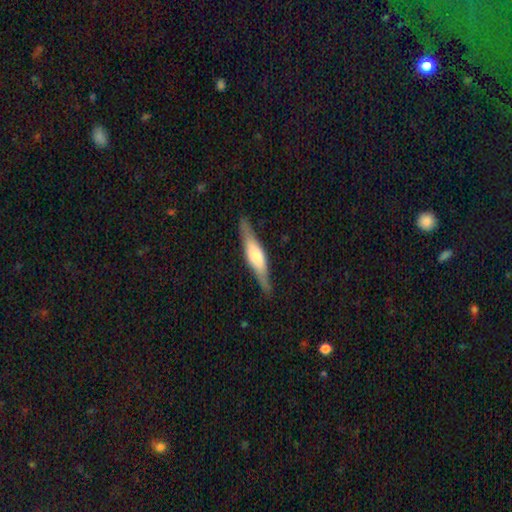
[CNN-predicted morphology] The model was most divided on "smooth or featured": featured or disk: 55%, smooth: 39%, star or artifact: 5%. More confident: edge-on disk — yes (92%); merging — none (84%); edge-on bulge — rounded (70%).